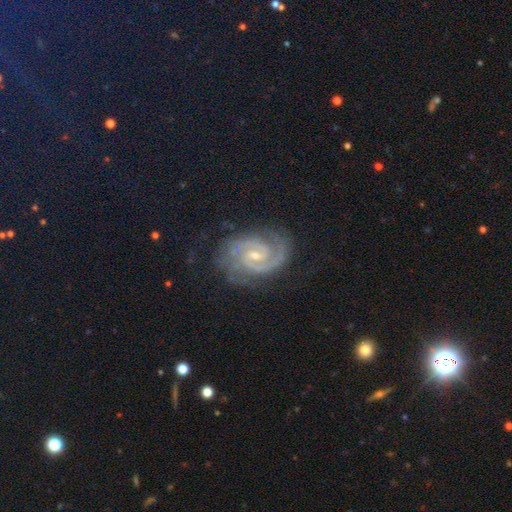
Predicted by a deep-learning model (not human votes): Smooth or featured: featured or disk — 92% (star or artifact — 5%)
Edge-on disk: no — 98% (yes — 2%)
Bar: weak — 50% (no — 37%)
Spiral arms: yes — 99% (no — 1%)
Spiral winding: tight — 56% (medium — 40%)
Spiral arm count: 2 — 85% (3 — 6%)
Bulge size: small — 64% (moderate — 32%)
Merging: none — 79% (minor disturbance — 16%)